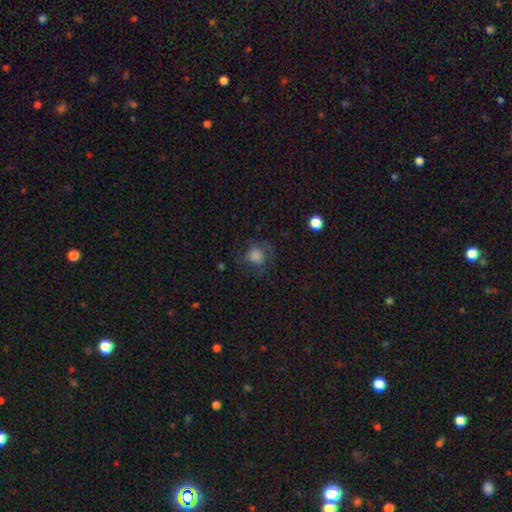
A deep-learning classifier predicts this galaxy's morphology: type=smooth (66%); roundness=round (81%); merging=none (60%).